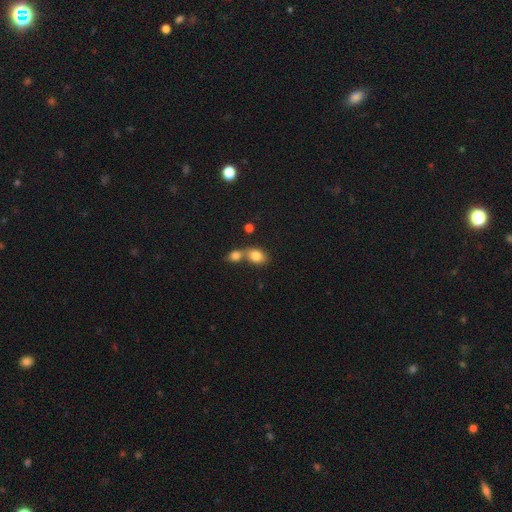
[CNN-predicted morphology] This is clearly a smooth galaxy (82%). How rounded: likely in between (65%). Merging: possibly merger (56%).